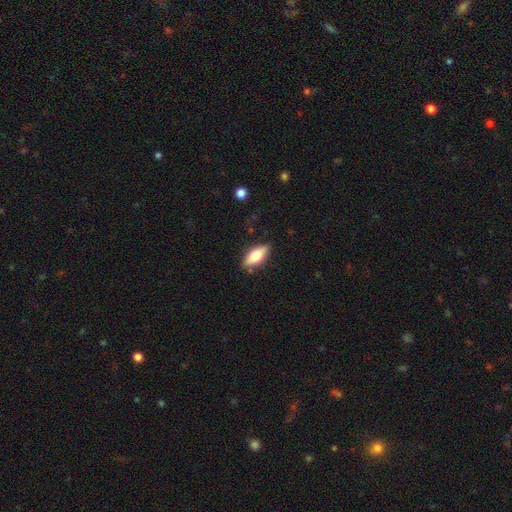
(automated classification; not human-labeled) Overall: smooth (62%; featured or disk 32%). How rounded: in between (73%). Merging: none (84%).